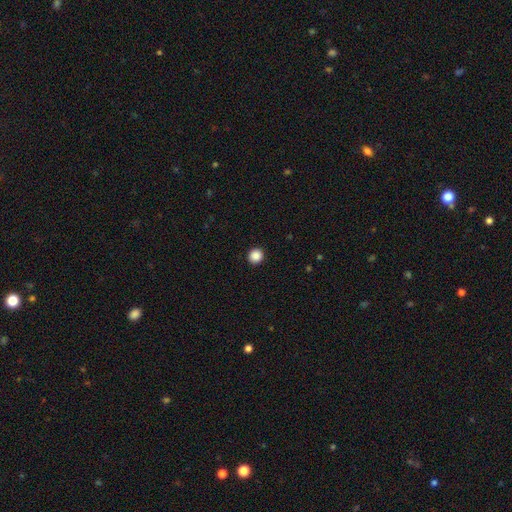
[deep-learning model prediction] Smooth or featured?
  - smooth: 88% *
  - star or artifact: 10%
  - featured or disk: 2%
How rounded?
  - round: 93% *
  - in between: 6%
  - cigar-shaped: 1%
Merging?
  - none: 93% *
  - minor disturbance: 4%
  - major disturbance: 2%
  - merger: 1%